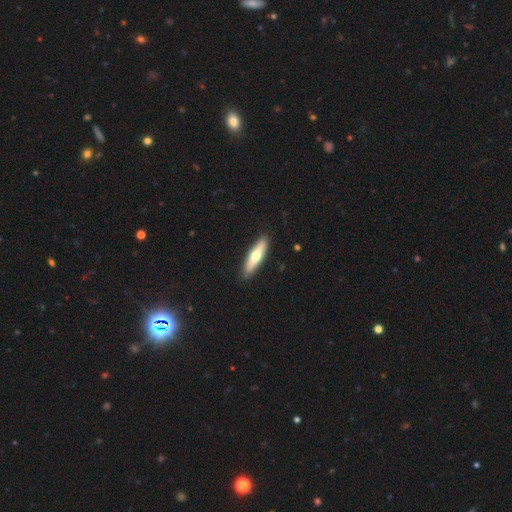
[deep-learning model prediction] smooth_or_featured: smooth (p=0.59) [alt: featured or disk p=0.36]
how_rounded: cigar-shaped (p=0.69) [alt: in between p=0.30]
merging: none (p=0.89) [alt: minor disturbance p=0.08]